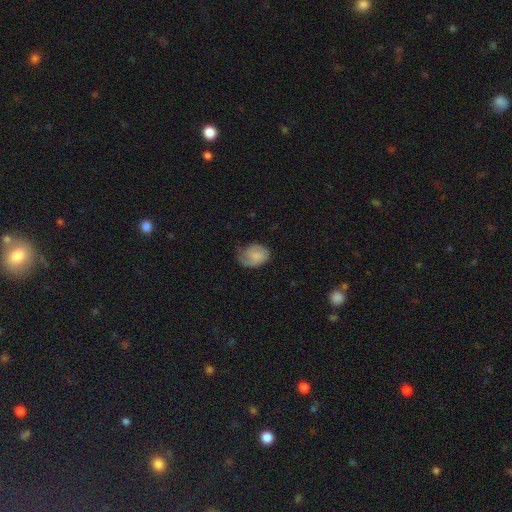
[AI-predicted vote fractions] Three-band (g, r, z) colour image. It shows a smooth galaxy with no disk features (63%) that is in between round and cigar-shaped (66%). Merging: none (45%).